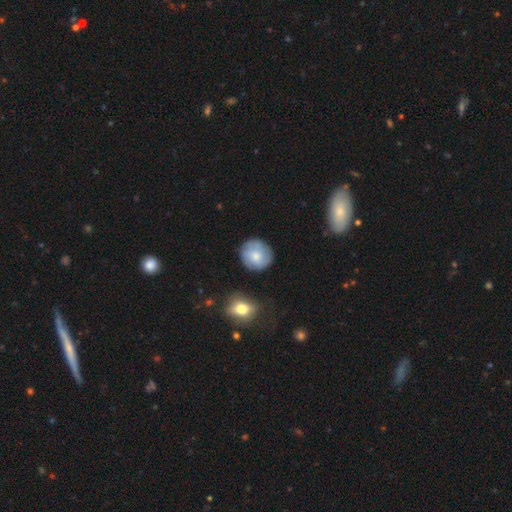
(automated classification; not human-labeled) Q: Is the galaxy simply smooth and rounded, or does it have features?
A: smooth — 60%.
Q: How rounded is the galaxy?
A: round — 89%.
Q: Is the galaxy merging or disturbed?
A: none — 80%.